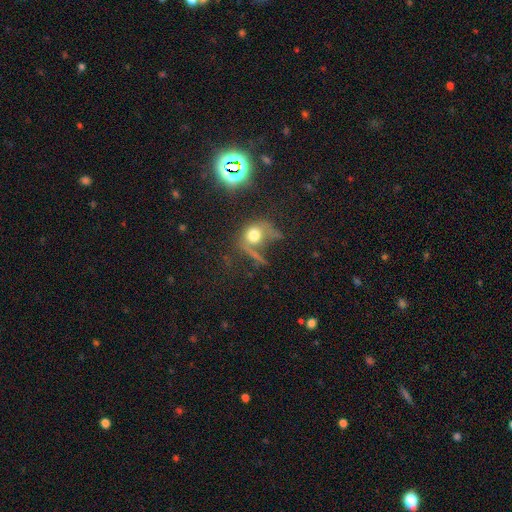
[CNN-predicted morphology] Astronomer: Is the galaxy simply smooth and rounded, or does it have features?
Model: smooth — 47% (runner-up: star or artifact, 30%).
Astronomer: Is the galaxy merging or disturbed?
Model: major disturbance — 38% (runner-up: none, 33%).